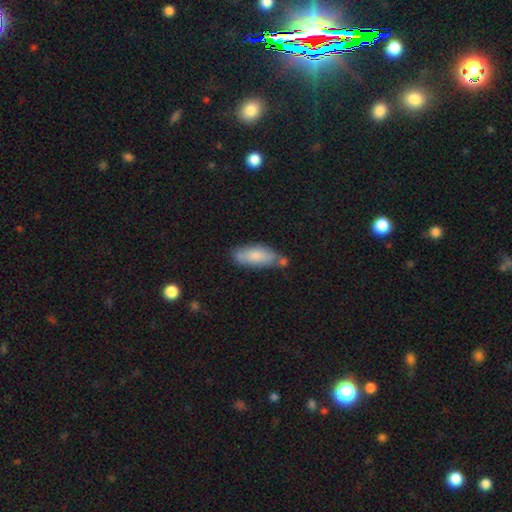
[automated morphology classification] A smooth galaxy with no disk features (77%) that is in between round and cigar-shaped (76%). Merging: none (58%).